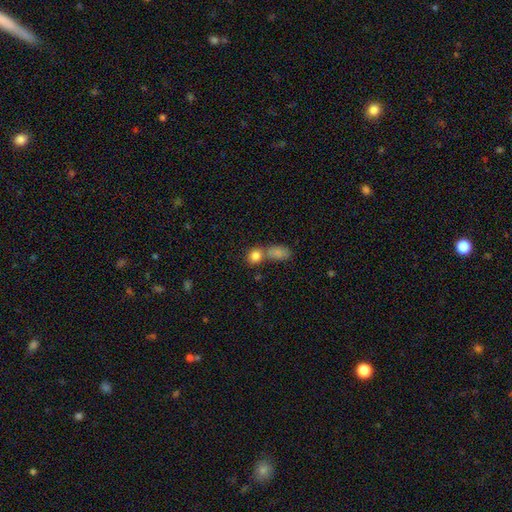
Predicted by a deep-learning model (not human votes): Overall: smooth (83%). How rounded: round (60%; in between 38%). Merging: merger (44%; none 43%).